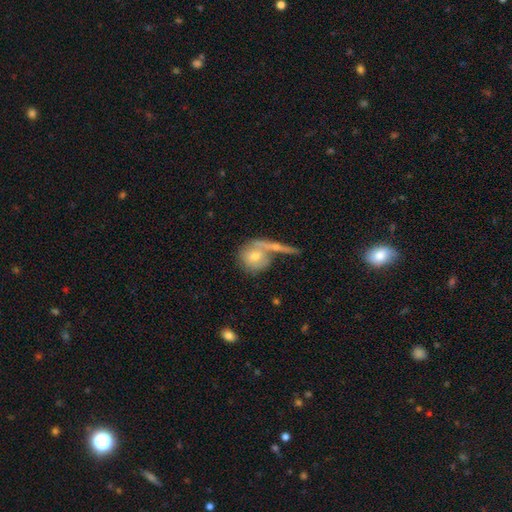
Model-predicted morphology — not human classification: This appears to be a smooth galaxy with no disk features (62%) that is round (81%). Merging: none (46%).